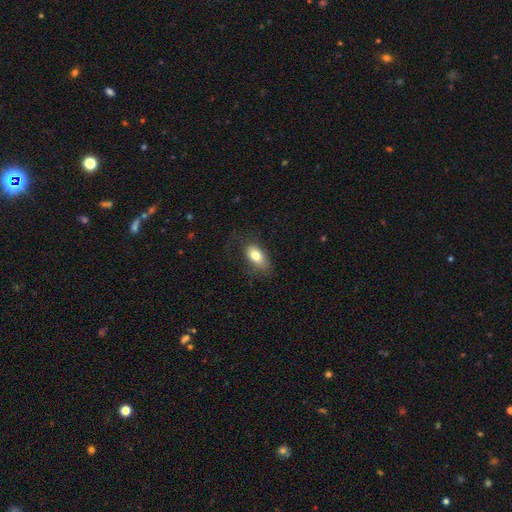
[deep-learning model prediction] Overall: smooth (78%). How rounded: in between (90%). Merging: none (67%).